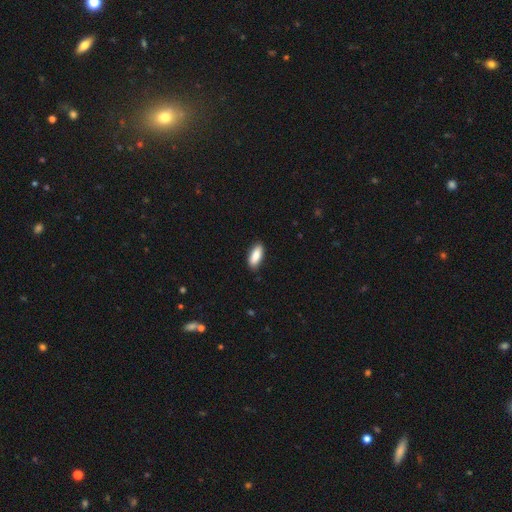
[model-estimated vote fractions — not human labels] smooth-or-featured: smooth: 88% | featured or disk: 7% | star or artifact: 6%
  how-rounded: in between: 78% | cigar-shaped: 20% | round: 2%
  merging: none: 87% | minor disturbance: 10% | major disturbance: 2% | merger: 1%